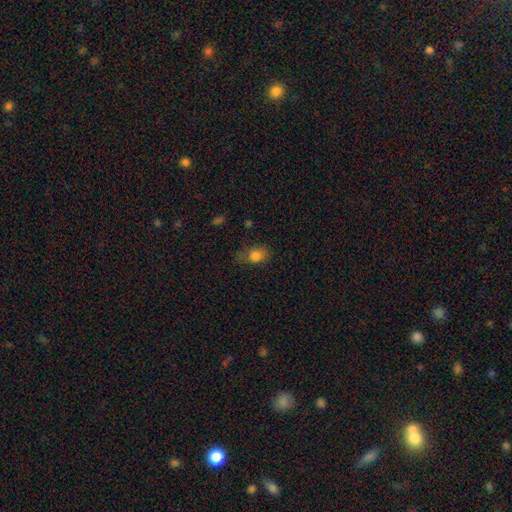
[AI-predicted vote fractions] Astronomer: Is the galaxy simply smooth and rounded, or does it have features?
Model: smooth — 80%.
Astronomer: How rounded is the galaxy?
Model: in between — 65%.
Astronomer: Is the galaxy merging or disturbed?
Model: none — 53% (runner-up: minor disturbance, 30%).